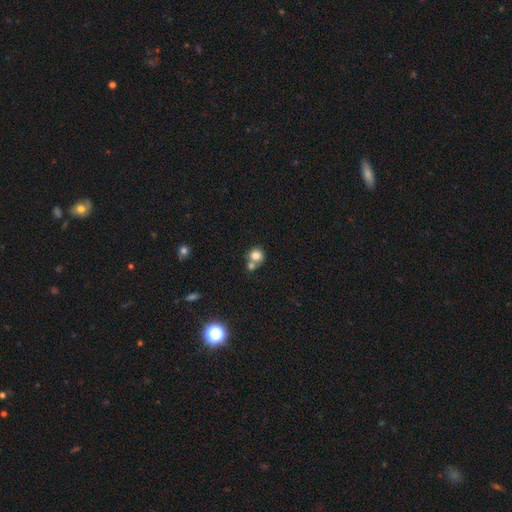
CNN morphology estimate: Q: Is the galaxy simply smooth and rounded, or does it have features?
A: smooth — 79%.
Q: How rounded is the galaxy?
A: round — 83%.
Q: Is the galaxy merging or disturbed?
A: none — 45%.